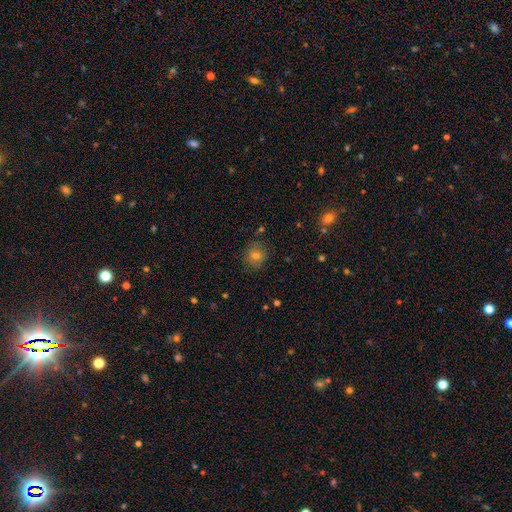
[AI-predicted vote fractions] smooth_or_featured: smooth (p=0.67) [alt: star or artifact p=0.18]
how_rounded: round (p=0.81) [alt: in between p=0.18]
merging: none (p=0.81) [alt: minor disturbance p=0.13]